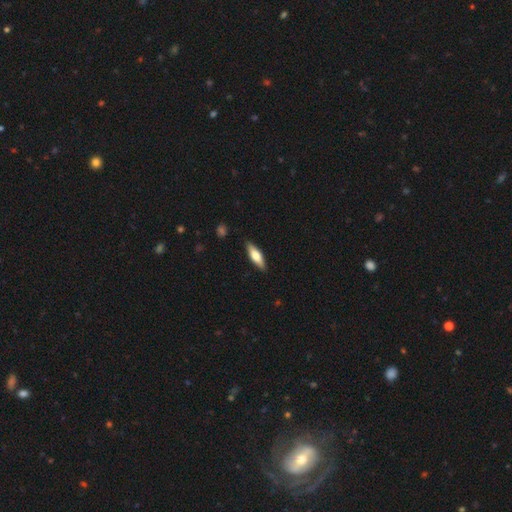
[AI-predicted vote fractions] A smooth galaxy with no disk features (59%) that is cigar-shaped (54%). Merging: none (87%).